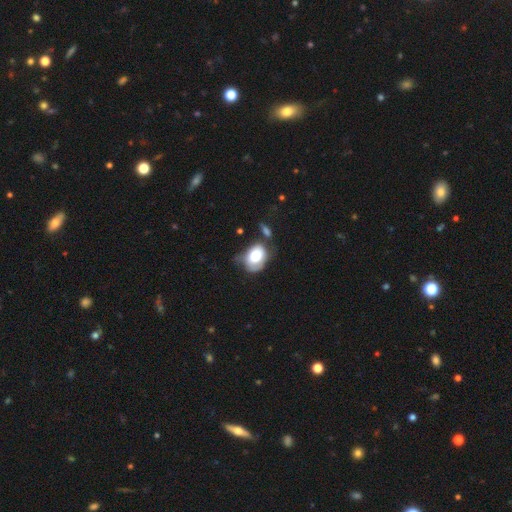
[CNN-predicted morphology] Smooth or featured: smooth — 68% (featured or disk — 25%)
How rounded: in between — 71% (round — 28%)
Merging: minor disturbance — 33% (none — 31%)